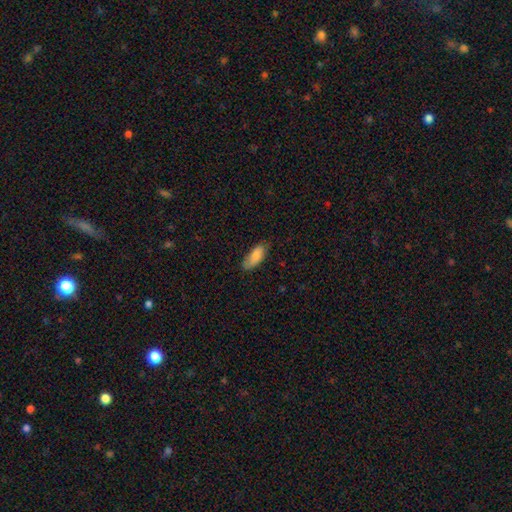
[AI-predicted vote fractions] Overall: smooth (83%). How rounded: in between (77%). Merging: none (70%).